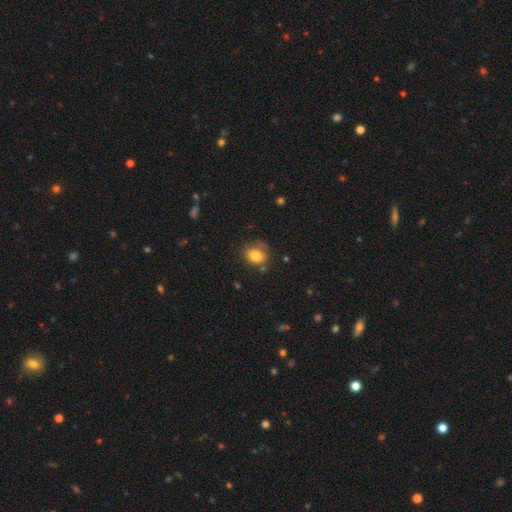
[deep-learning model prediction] The model was most divided on "how rounded": in between: 51%, round: 48%, cigar-shaped: 1%. More confident: smooth or featured — smooth (80%); merging — none (63%).